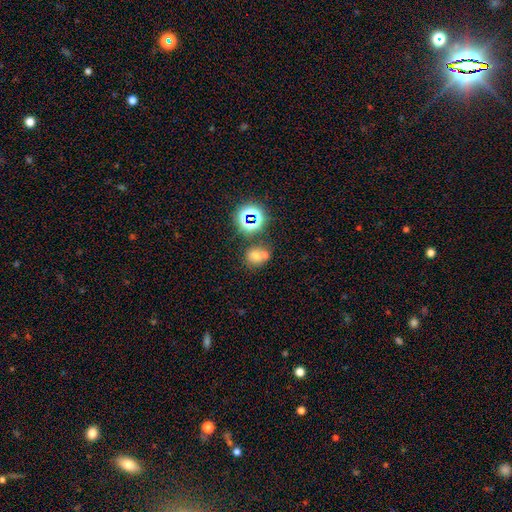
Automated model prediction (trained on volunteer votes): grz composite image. It shows a smooth galaxy with no disk features (60%) that is round (70%). Merging: none (46%).